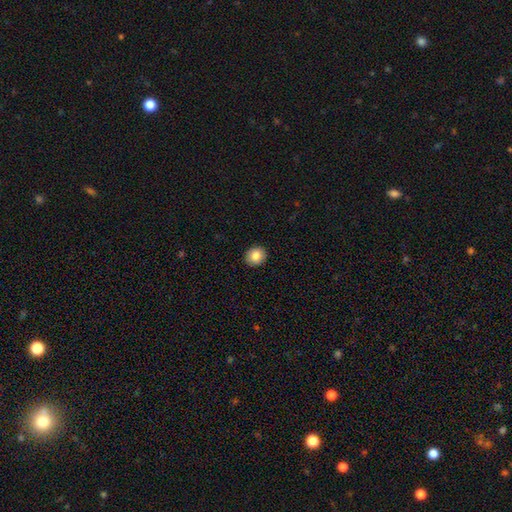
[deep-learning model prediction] Morphology: type=smooth (85%); roundness=round (79%); merging=none (92%).